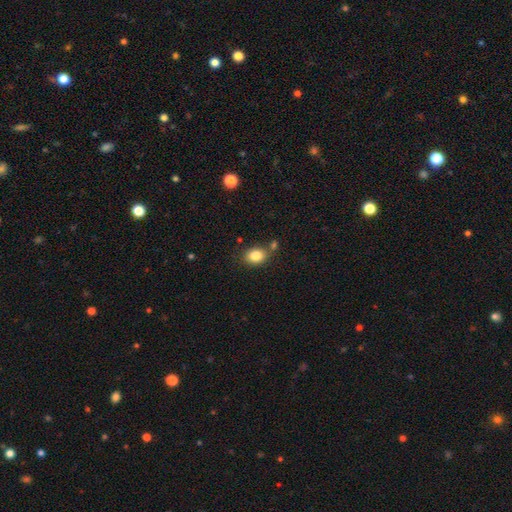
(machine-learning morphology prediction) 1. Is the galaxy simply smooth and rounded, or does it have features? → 83% smooth, 10% star or artifact, 7% featured or disk.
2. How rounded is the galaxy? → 64% in between, 35% round, 1% cigar-shaped.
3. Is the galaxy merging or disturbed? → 71% none, 14% minor disturbance, 12% merger, 4% major disturbance.